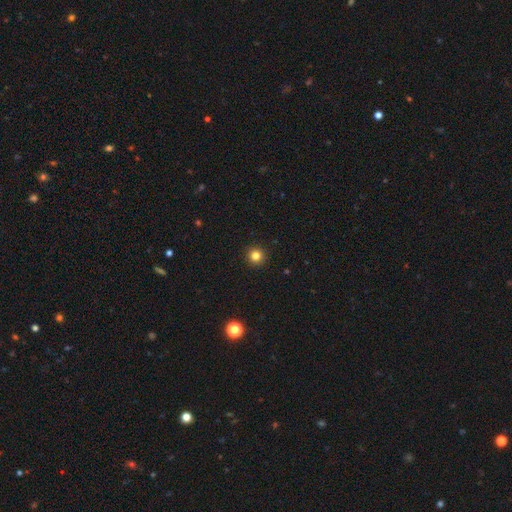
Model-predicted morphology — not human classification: Smooth or featured?
  - smooth: 81% *
  - star or artifact: 13%
  - featured or disk: 5%
How rounded?
  - round: 96% *
  - in between: 3%
  - cigar-shaped: 1%
Merging?
  - none: 93% *
  - minor disturbance: 4%
  - major disturbance: 2%
  - merger: 1%